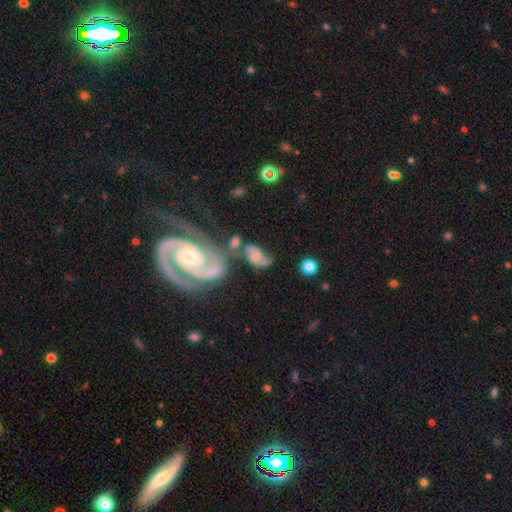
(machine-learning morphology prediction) This is likely a featured or disk galaxy (61%). It is clearly not viewed edge-on (96%). Bar: likely no (63%). Spiral arm pattern: clearly yes (83%). Central bulge: marginally moderate (44%). Merging: marginally none (32%).